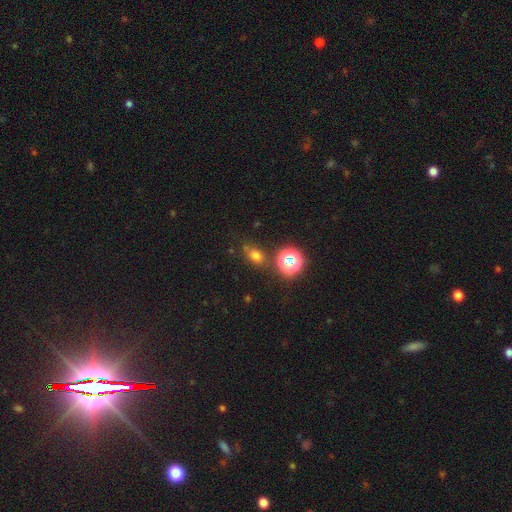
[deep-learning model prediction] Smooth or featured? Predicted: smooth (p=0.65). How rounded? Predicted: in between (p=0.51). Merging? Predicted: none (p=0.69).